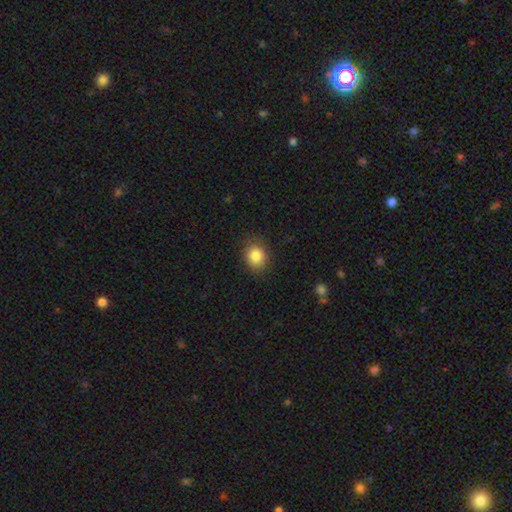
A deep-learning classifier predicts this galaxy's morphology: This appears to be a smooth galaxy with no disk features (85%) that is round (59%). Merging: none (83%).